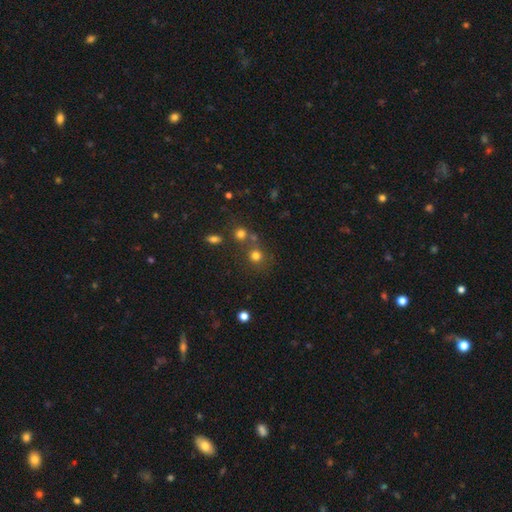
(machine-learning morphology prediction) This appears to be a smooth galaxy with no disk features (73%) that is round (88%). Merging: none (62%).